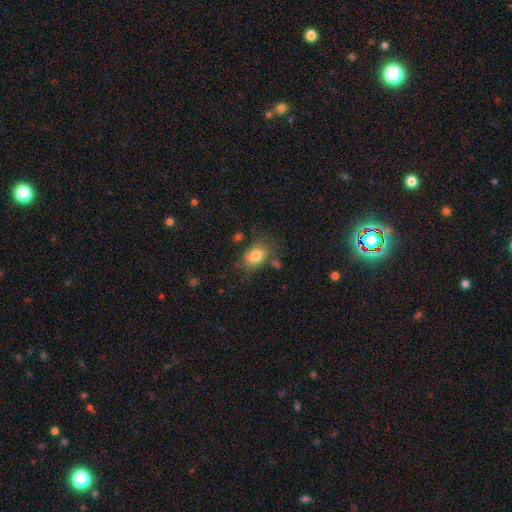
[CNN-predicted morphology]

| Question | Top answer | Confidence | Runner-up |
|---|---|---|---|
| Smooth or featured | smooth | 80% | featured or disk (11%) |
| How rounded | in between | 74% | round (25%) |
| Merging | none | 65% | minor disturbance (21%) |